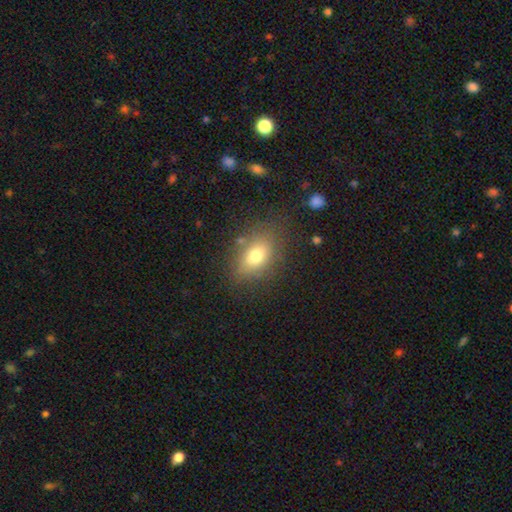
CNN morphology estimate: Smooth or featured? smooth (72%)
How rounded? in between (78%)
Merging? none (76%)